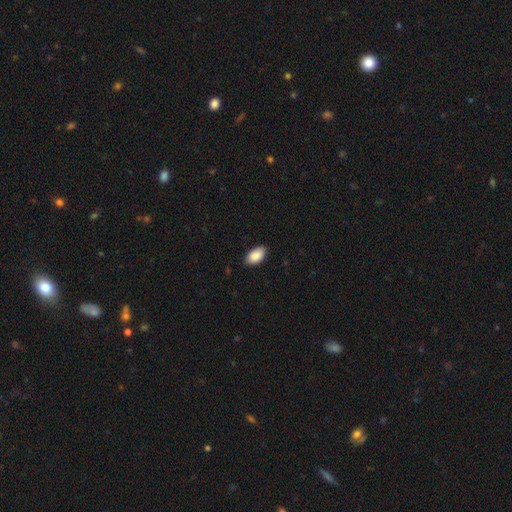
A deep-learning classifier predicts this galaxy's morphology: Q: Smooth or featured?
A: smooth (90%); runner-up: star or artifact (6%)
Q: How rounded?
A: in between (95%); runner-up: round (3%)
Q: Merging?
A: none (86%); runner-up: minor disturbance (11%)